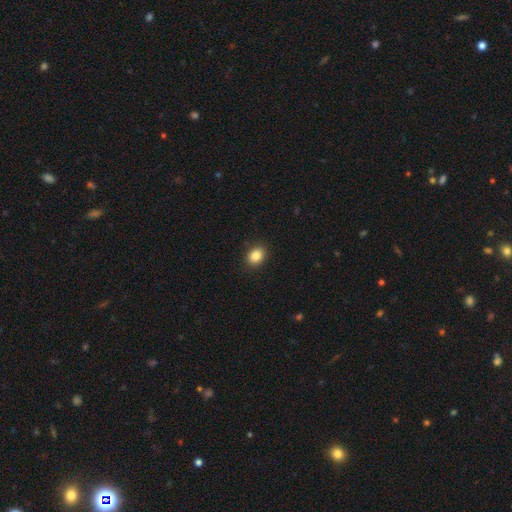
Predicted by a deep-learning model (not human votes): The model was most divided on "how rounded": in between: 59%, round: 40%, cigar-shaped: 1%. More confident: merging — none (89%); smooth or featured — smooth (86%).